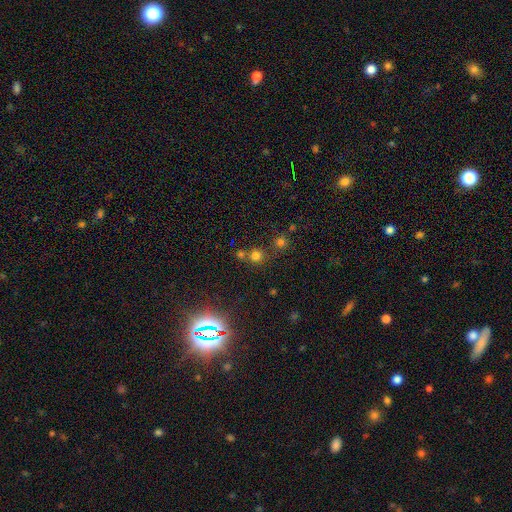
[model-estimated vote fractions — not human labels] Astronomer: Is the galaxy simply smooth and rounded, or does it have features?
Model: smooth — 65%.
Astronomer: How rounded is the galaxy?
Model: round — 91%.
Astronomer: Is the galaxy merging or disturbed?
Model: none — 66%.